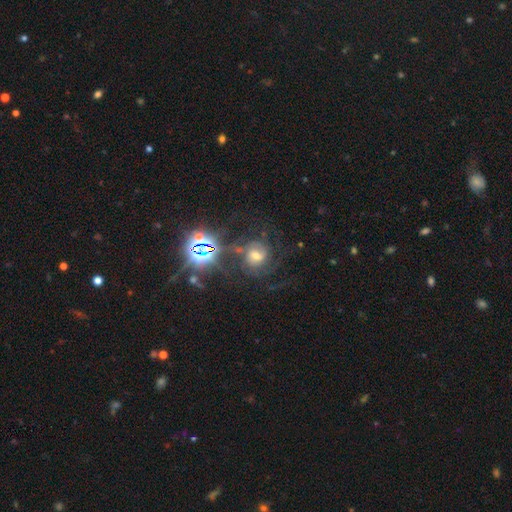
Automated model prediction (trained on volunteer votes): Smooth or featured?
  - featured or disk: 52% *
  - star or artifact: 28%
  - smooth: 21%
Edge-on disk?
  - no: 95% *
  - yes: 5%
Merging?
  - none: 53% *
  - major disturbance: 24%
  - minor disturbance: 17%
  - merger: 7%